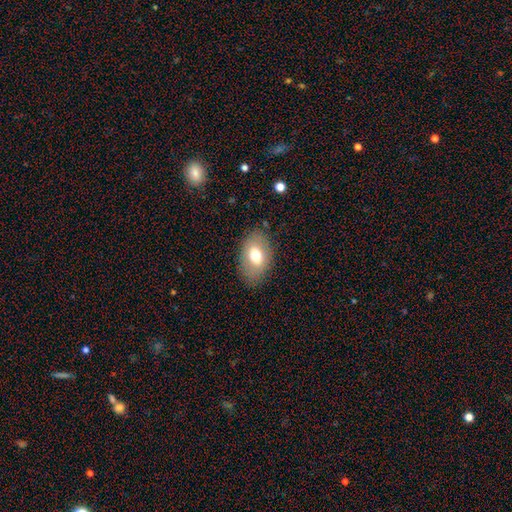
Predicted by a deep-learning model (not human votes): A smooth galaxy with no disk features (69%) that is in between round and cigar-shaped (88%).

Vote fractions:
- Smooth or featured? smooth: 69% / featured or disk: 23% / star or artifact: 8%
- How rounded? in between: 88% / round: 11% / cigar-shaped: 1%
- Merging? none: 81% / minor disturbance: 13% / major disturbance: 4% / merger: 1%